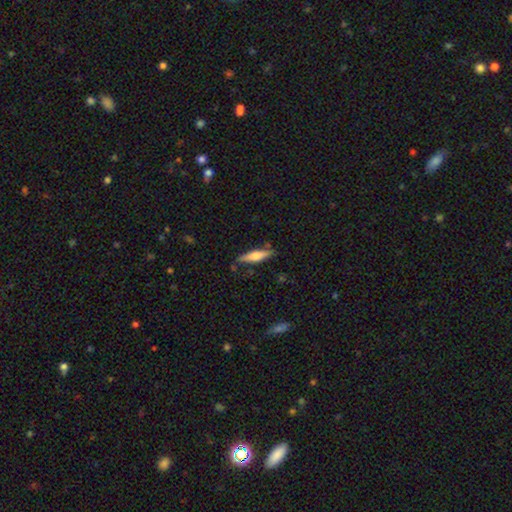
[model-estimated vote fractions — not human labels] smooth-or-featured: smooth: 56% | featured or disk: 38% | star or artifact: 6%
  how-rounded: cigar-shaped: 76% | in between: 23% | round: 2%
  merging: none: 80% | minor disturbance: 14% | merger: 3% | major disturbance: 3%